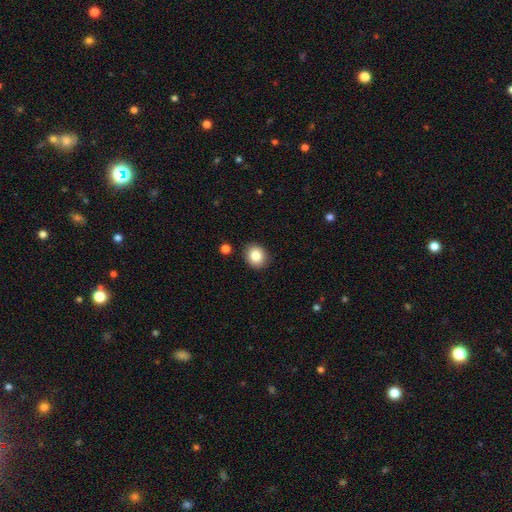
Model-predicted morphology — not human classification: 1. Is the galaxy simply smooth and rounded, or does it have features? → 83% smooth, 9% star or artifact, 8% featured or disk.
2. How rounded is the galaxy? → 77% round, 22% in between, 1% cigar-shaped.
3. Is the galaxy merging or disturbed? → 89% none, 7% minor disturbance, 2% merger, 2% major disturbance.